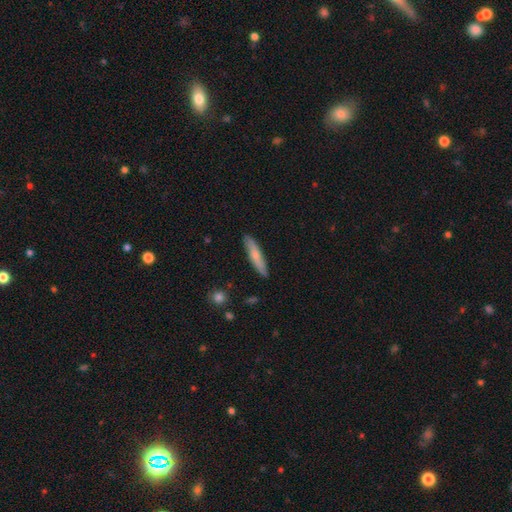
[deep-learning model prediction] smooth 67%, featured or disk 28%, star or artifact 6%. Down the decision tree: how rounded — cigar-shaped (88%); merging — none (87%).